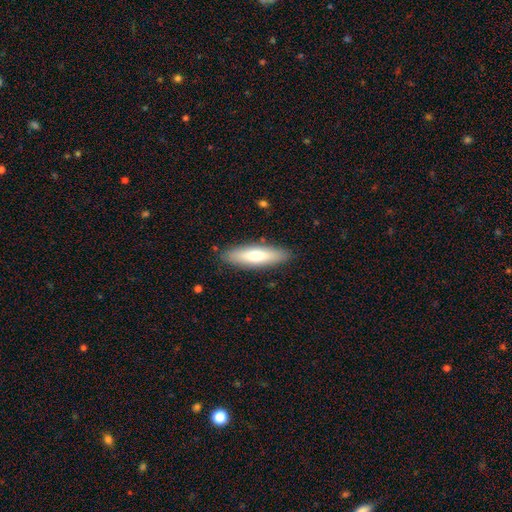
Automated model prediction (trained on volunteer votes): Overall: smooth (69%). How rounded: cigar-shaped (60%; in between 38%). Merging: none (87%).